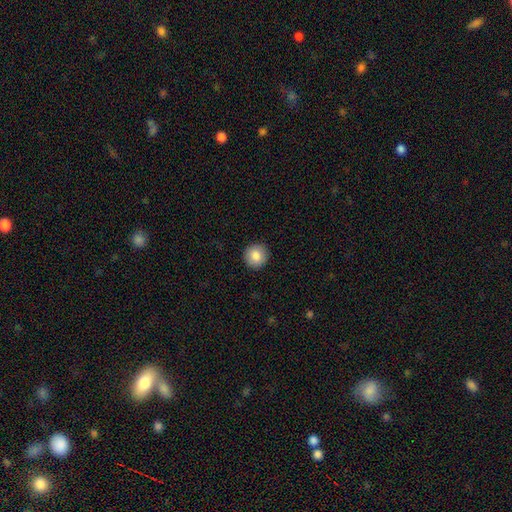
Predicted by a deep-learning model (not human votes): smooth 86%, star or artifact 8%, featured or disk 7%. Down the decision tree: how rounded — round (93%); merging — none (92%).